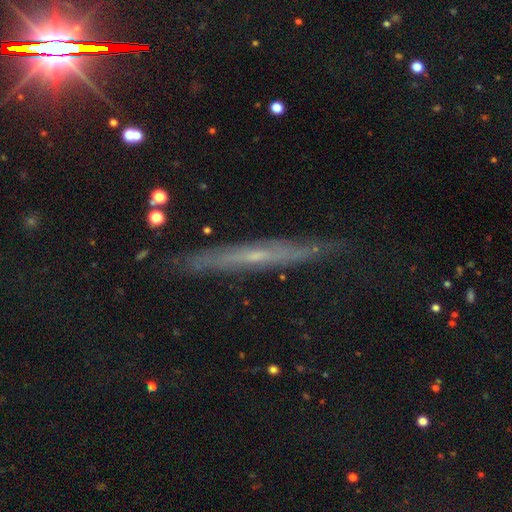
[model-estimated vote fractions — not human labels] smooth_or_featured: featured or disk (p=0.66) [alt: smooth p=0.26]
disk_edge_on: yes (p=0.88) [alt: no p=0.12]
edge_on_bulge: none (p=0.63) [alt: rounded p=0.32]
merging: none (p=0.80) [alt: minor disturbance p=0.15]